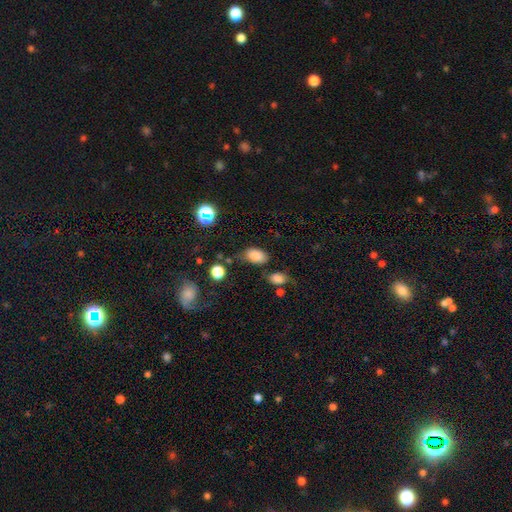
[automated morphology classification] Smooth or featured? smooth (83%)
How rounded? in between (88%)
Merging? none (63%)